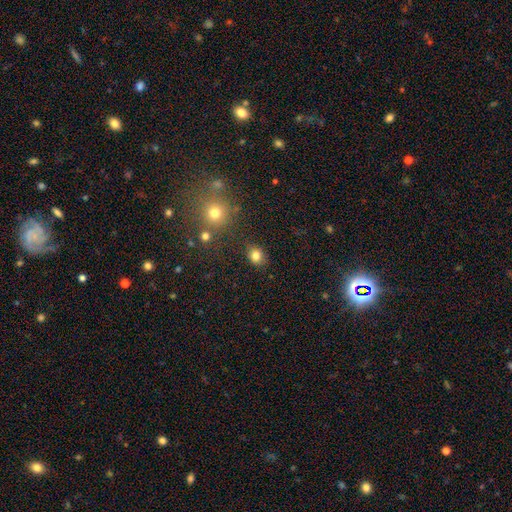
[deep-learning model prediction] Morphology: type=smooth (82%); roundness=round (61%); merging=none (85%).